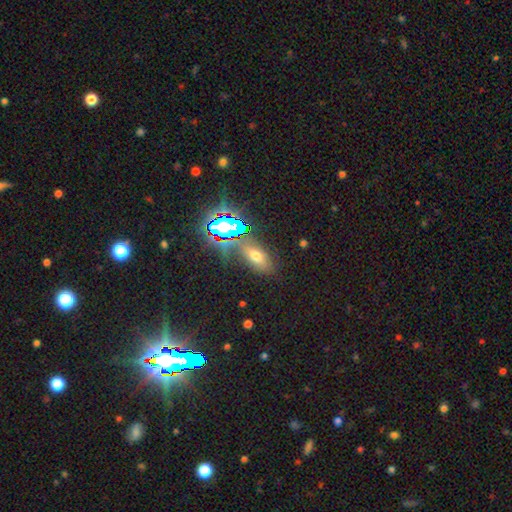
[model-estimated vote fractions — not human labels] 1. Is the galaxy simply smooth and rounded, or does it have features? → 50% smooth, 36% star or artifact, 14% featured or disk.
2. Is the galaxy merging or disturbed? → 77% none, 12% minor disturbance, 6% major disturbance, 5% merger.